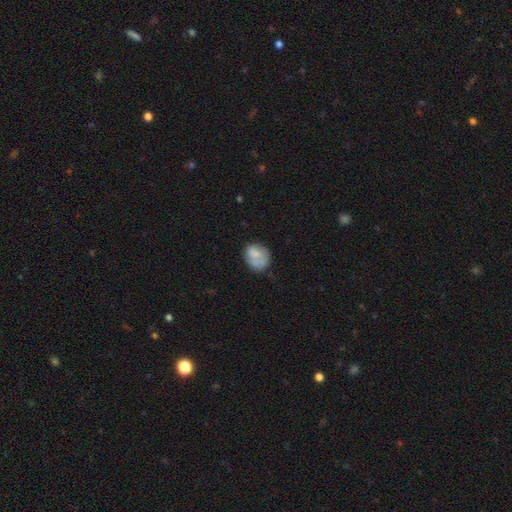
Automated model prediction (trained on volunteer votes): smooth 60%, featured or disk 32%, star or artifact 8%. Down the decision tree: how rounded — round (60%); merging — none (51%).